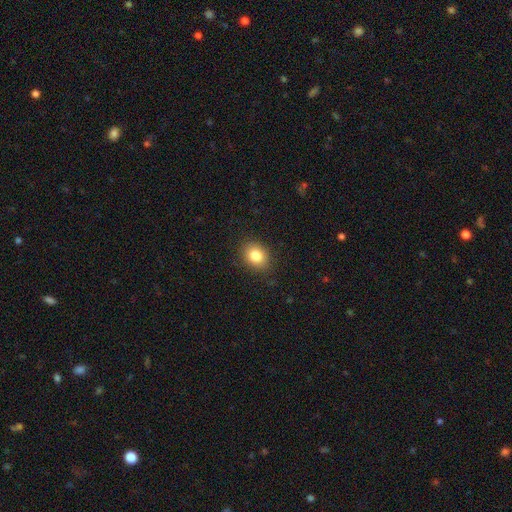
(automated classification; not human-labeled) Smooth or featured? smooth (83%)
How rounded? in between (51%)
Merging? none (88%)